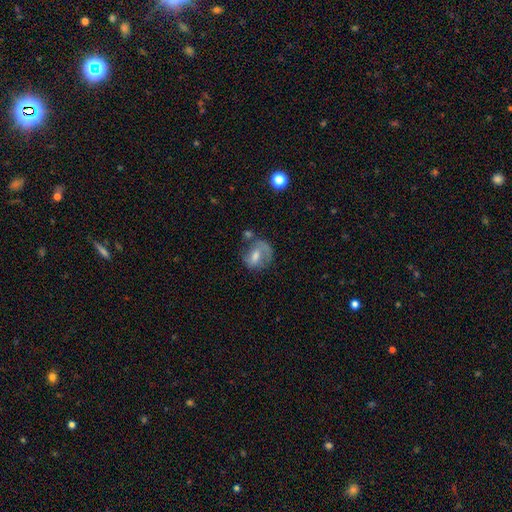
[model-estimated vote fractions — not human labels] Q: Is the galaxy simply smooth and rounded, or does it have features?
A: featured or disk — 52%.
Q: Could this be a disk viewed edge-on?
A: no — 96%.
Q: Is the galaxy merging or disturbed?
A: none — 46%.